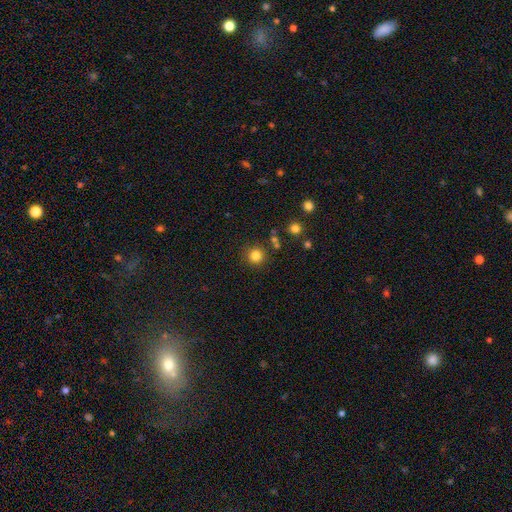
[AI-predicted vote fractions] smooth_or_featured: smooth (p=0.82) [alt: star or artifact p=0.13]
how_rounded: round (p=0.94) [alt: in between p=0.05]
merging: none (p=0.86) [alt: minor disturbance p=0.07]